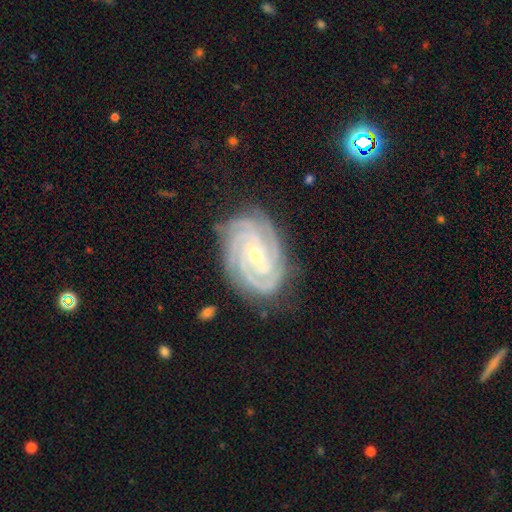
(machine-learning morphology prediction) This is clearly a featured or disk galaxy (92%). It is clearly not viewed edge-on (97%). Bar: marginally weak (43%). Spiral arm pattern: clearly yes (99%). Spiral arm count: marginally 4 (40%). Spiral winding: clearly tight (81%). Central bulge: possibly small (55%). Merging: clearly none (82%).